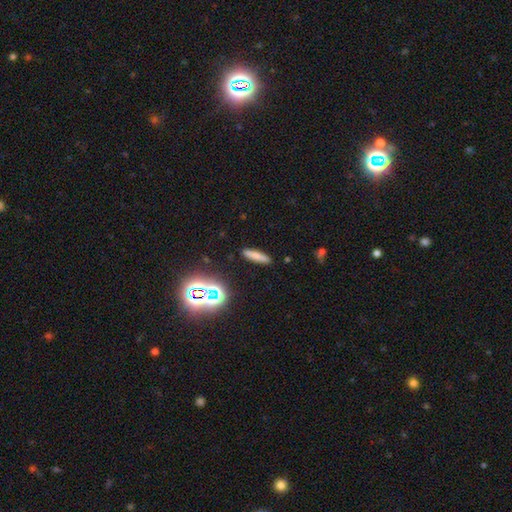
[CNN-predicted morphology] A smooth galaxy with no disk features (72%) that is cigar-shaped (82%). Merging: none (89%).